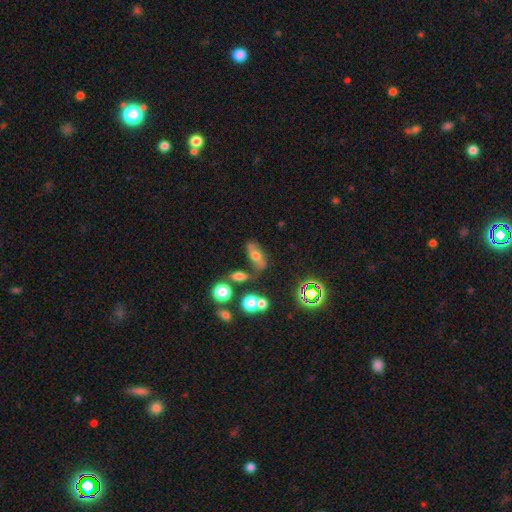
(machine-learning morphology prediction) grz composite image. It shows a smooth galaxy with no disk features (52%) that is in between round and cigar-shaped (74%). Merging: none (58%).